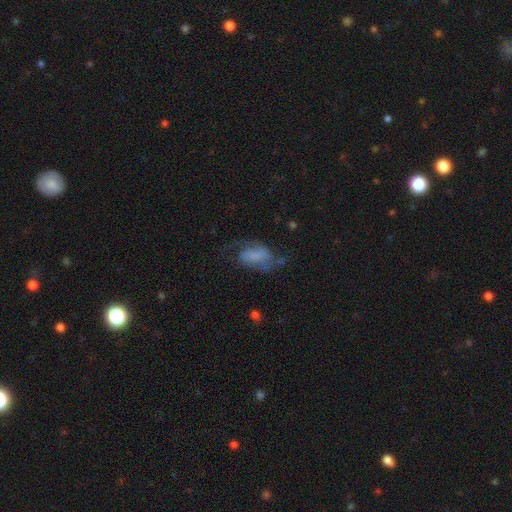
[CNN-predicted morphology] Smooth or featured?
  - featured or disk: 59% *
  - smooth: 31%
  - star or artifact: 10%
Edge-on disk?
  - no: 96% *
  - yes: 4%
Bar?
  - no: 42% *
  - weak: 40%
  - strong: 18%
Spiral arms?
  - yes: 84% *
  - no: 16%
Bulge size?
  - none: 43% *
  - small: 25%
  - moderate: 15%
  - large: 12%
  - dominant: 4%
Merging?
  - none: 48% *
  - major disturbance: 27%
  - minor disturbance: 22%
  - merger: 2%